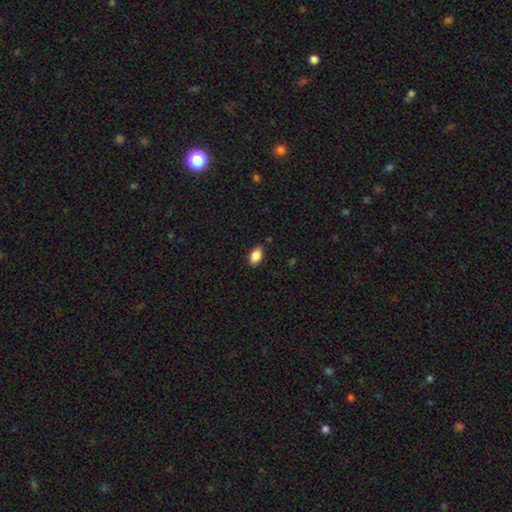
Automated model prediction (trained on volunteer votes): Q: Smooth or featured?
A: smooth (88%); runner-up: star or artifact (8%)
Q: How rounded?
A: in between (92%); runner-up: round (7%)
Q: Merging?
A: none (83%); runner-up: minor disturbance (13%)